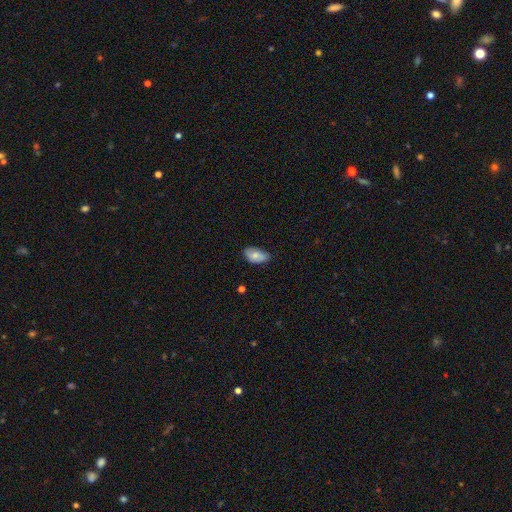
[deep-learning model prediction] Smooth or featured? smooth (72%)
How rounded? in between (93%)
Merging? none (63%)